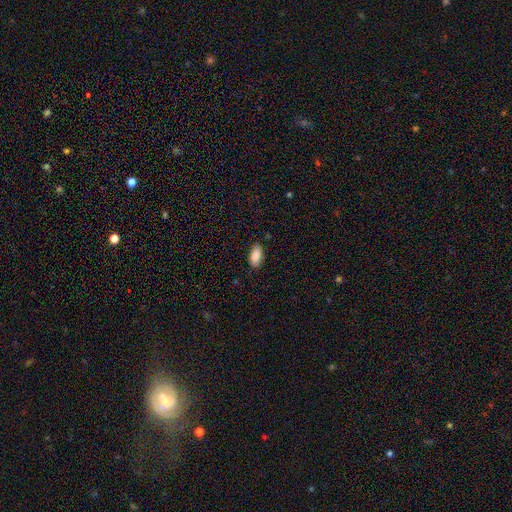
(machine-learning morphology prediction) Smooth or featured?
  - smooth: 87% *
  - star or artifact: 7%
  - featured or disk: 6%
How rounded?
  - in between: 92% *
  - cigar-shaped: 6%
  - round: 2%
Merging?
  - none: 85% *
  - minor disturbance: 12%
  - major disturbance: 2%
  - merger: 1%